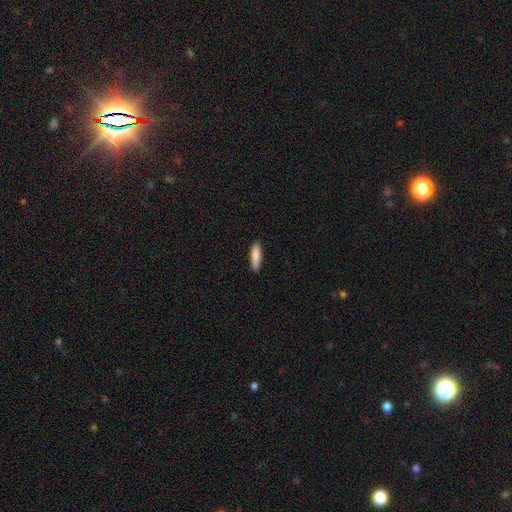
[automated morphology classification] Overall: smooth (87%). How rounded: cigar-shaped (71%). Merging: none (88%).